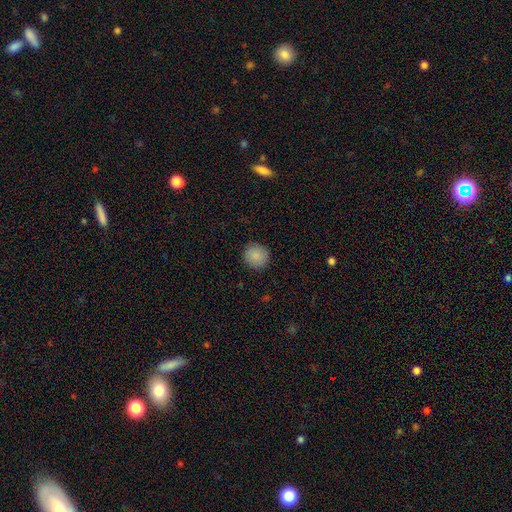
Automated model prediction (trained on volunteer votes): Overall: smooth (88%). How rounded: round (93%). Merging: none (90%).